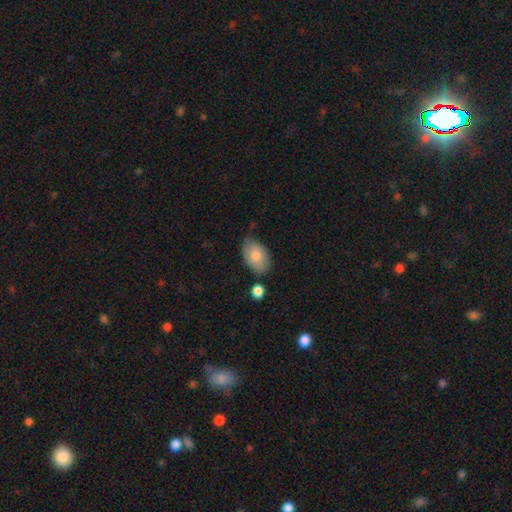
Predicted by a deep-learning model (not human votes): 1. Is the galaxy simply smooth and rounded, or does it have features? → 81% smooth, 13% featured or disk, 6% star or artifact.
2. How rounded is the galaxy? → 91% in between, 8% round, 1% cigar-shaped.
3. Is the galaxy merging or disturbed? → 62% none, 26% minor disturbance, 6% major disturbance, 6% merger.